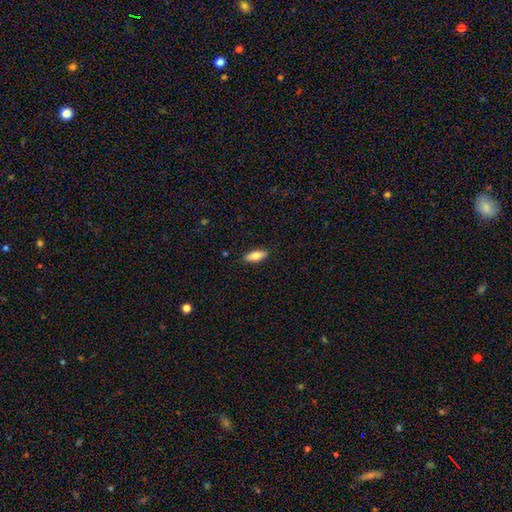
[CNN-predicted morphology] type=smooth (78%); roundness=in between (73%); merging=none (88%).